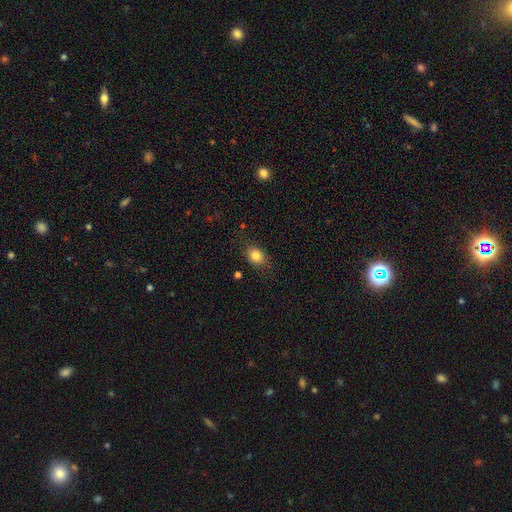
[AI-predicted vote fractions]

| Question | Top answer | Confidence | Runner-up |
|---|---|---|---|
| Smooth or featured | smooth | 83% | star or artifact (10%) |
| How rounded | in between | 65% | round (34%) |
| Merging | none | 82% | minor disturbance (13%) |